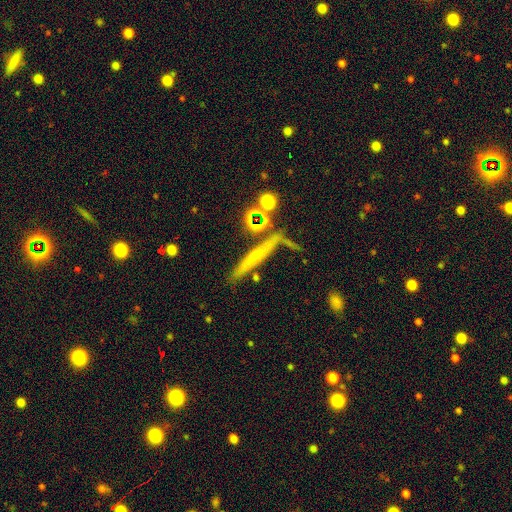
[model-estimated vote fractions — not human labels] Smooth or featured? Predicted: featured or disk (p=0.51). Edge-on disk? Predicted: yes (p=0.90). Merging? Predicted: none (p=0.68).